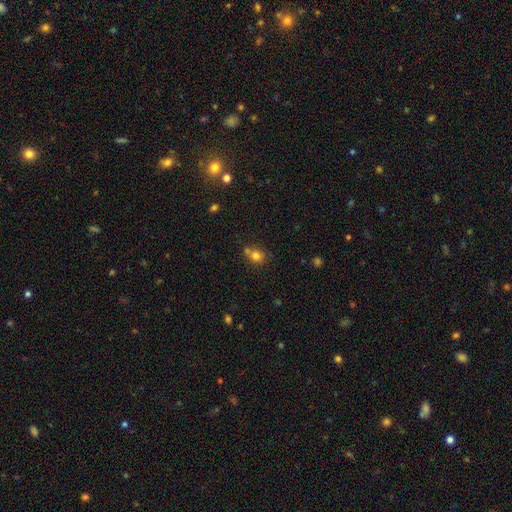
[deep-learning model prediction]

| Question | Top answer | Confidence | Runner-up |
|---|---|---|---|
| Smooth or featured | smooth | 77% | star or artifact (13%) |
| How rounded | round | 77% | in between (22%) |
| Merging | none | 54% | merger (28%) |